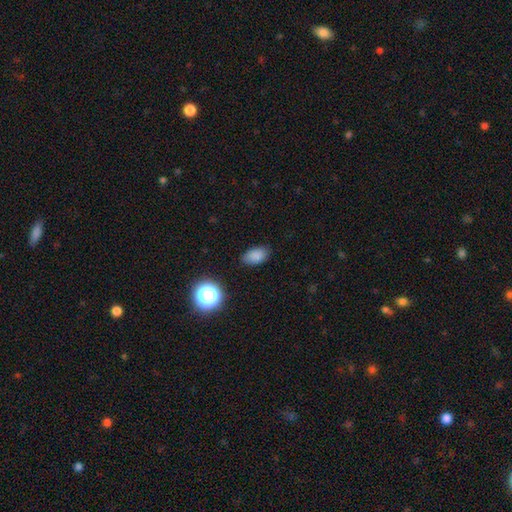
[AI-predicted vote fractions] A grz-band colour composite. It shows a smooth galaxy with no disk features (83%) that is in between round and cigar-shaped (88%). Merging: none (81%).